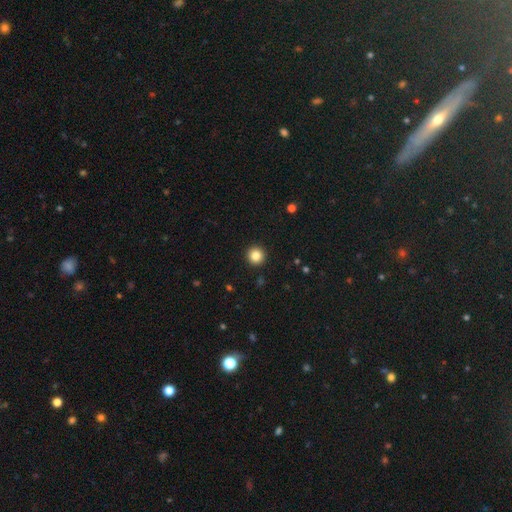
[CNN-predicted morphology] Q: Smooth or featured?
A: smooth (84%); runner-up: star or artifact (11%)
Q: How rounded?
A: round (96%); runner-up: in between (3%)
Q: Merging?
A: none (93%); runner-up: minor disturbance (4%)